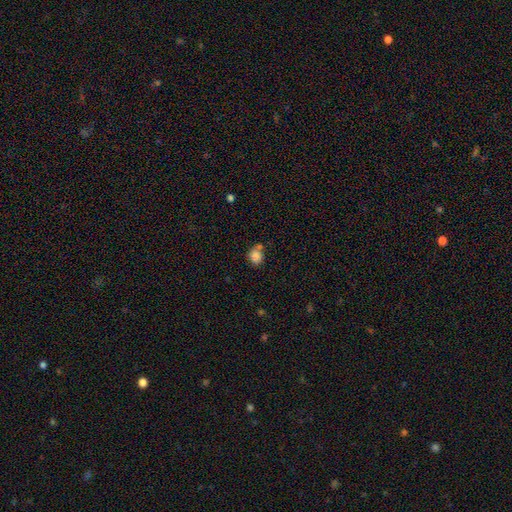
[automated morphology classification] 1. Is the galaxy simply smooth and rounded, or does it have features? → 83% smooth, 10% star or artifact, 7% featured or disk.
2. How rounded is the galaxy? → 74% round, 25% in between, 1% cigar-shaped.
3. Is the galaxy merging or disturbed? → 59% none, 20% merger, 17% minor disturbance, 5% major disturbance.